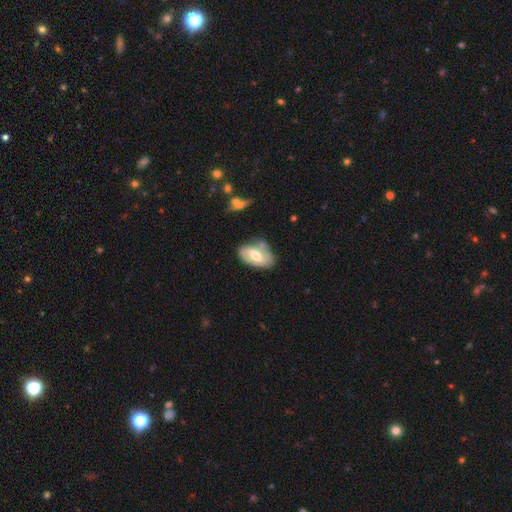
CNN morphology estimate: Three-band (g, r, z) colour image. It shows a featured or disk galaxy (54%). Merging: none (58%).